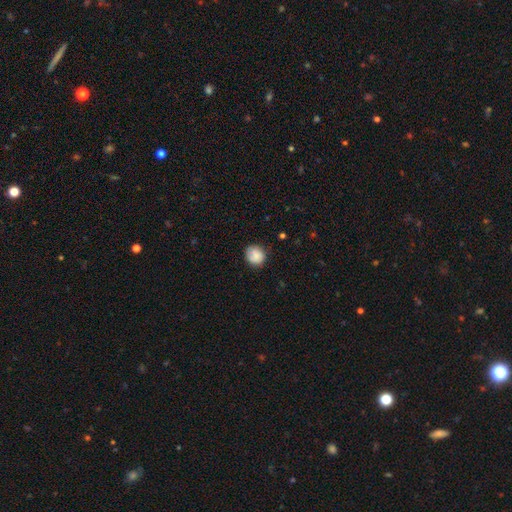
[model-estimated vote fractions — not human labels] smooth-or-featured: smooth: 83% | featured or disk: 9% | star or artifact: 8%
  how-rounded: round: 83% | in between: 16% | cigar-shaped: 1%
  merging: none: 77% | minor disturbance: 18% | major disturbance: 4% | merger: 2%